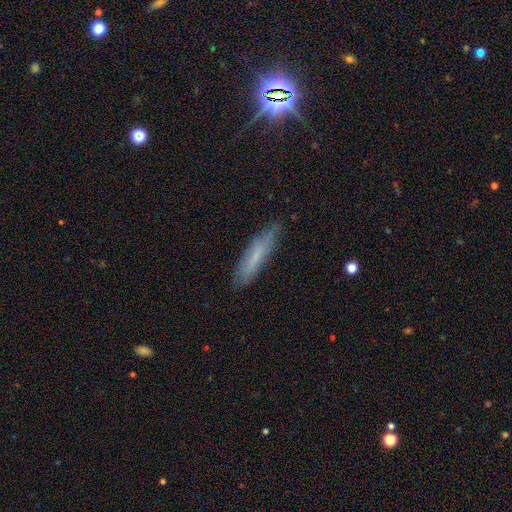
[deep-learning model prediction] smooth_or_featured: smooth (p=0.59) [alt: featured or disk p=0.33]
how_rounded: cigar-shaped (p=0.78) [alt: in between p=0.20]
merging: none (p=0.78) [alt: minor disturbance p=0.17]